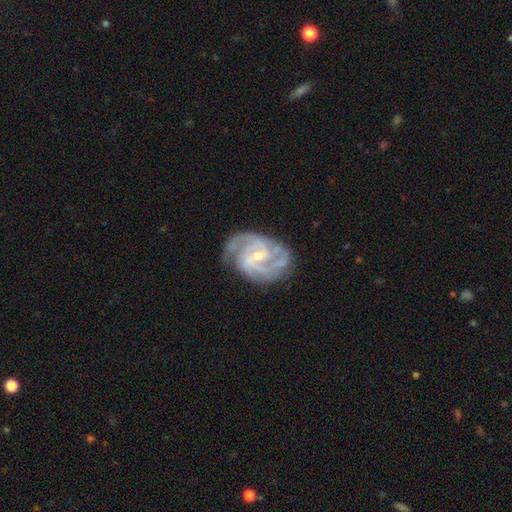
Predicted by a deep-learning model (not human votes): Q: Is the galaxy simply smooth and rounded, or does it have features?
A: featured or disk — 92%.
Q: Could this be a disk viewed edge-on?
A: no — 98%.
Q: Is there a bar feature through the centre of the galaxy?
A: weak — 50%.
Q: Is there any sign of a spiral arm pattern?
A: yes — 98%.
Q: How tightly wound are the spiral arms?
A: tight — 52%.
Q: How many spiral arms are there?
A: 2 — 37%.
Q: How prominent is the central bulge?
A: small — 67%.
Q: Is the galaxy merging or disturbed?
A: none — 75%.